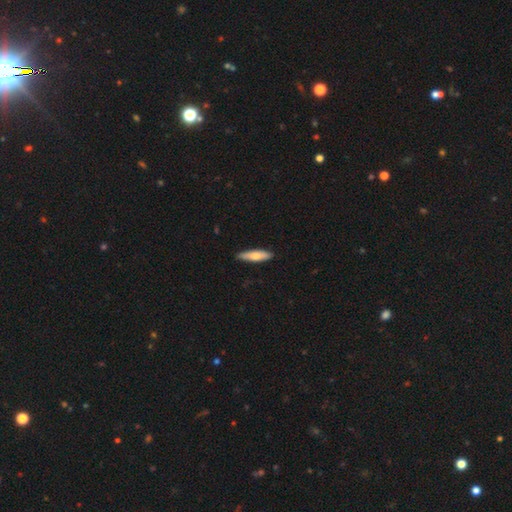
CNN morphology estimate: A smooth galaxy with no disk features (66%) that is cigar-shaped (69%).

Vote fractions:
- Smooth or featured? smooth: 66% / featured or disk: 29% / star or artifact: 5%
- How rounded? cigar-shaped: 69% / in between: 29% / round: 2%
- Merging? none: 88% / minor disturbance: 9% / major disturbance: 1% / merger: 1%